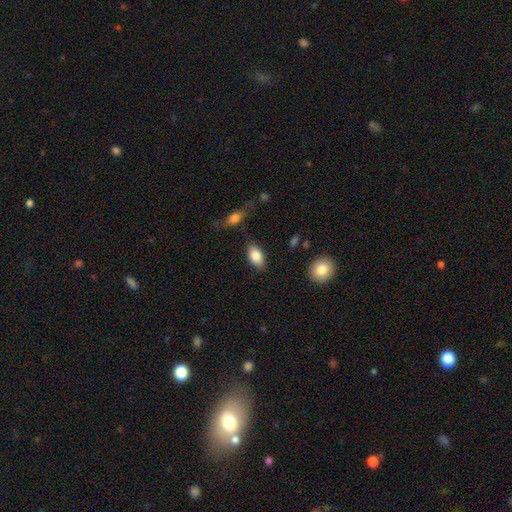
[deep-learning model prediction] Smooth or featured: smooth — 85% (featured or disk — 8%)
How rounded: in between — 91% (round — 6%)
Merging: none — 83% (minor disturbance — 12%)